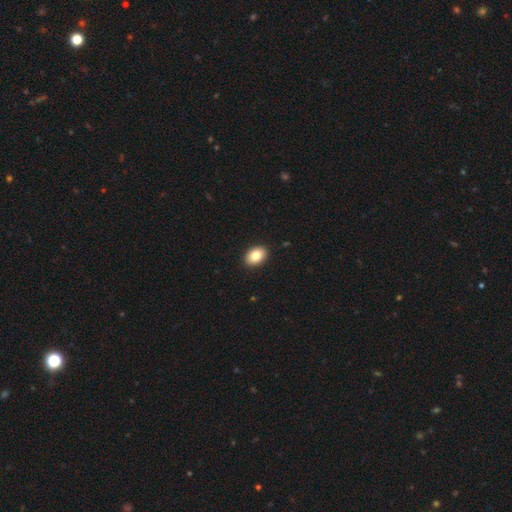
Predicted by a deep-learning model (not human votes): Smooth or featured?
  - smooth: 83% *
  - featured or disk: 9%
  - star or artifact: 8%
How rounded?
  - in between: 80% *
  - round: 19%
  - cigar-shaped: 1%
Merging?
  - none: 92% *
  - minor disturbance: 6%
  - major disturbance: 2%
  - merger: 1%